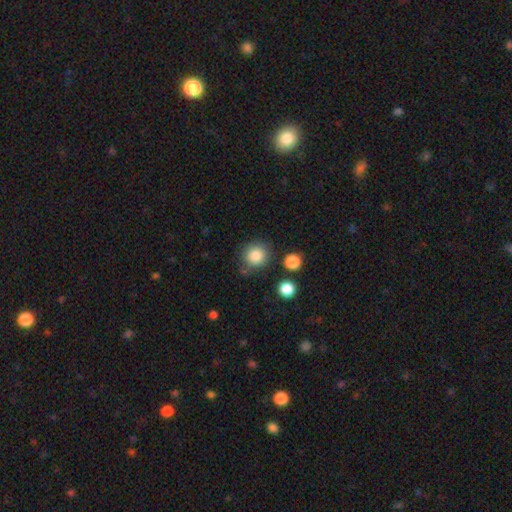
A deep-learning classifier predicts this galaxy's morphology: This appears to be a smooth galaxy with no disk features (84%) that is round (88%). Merging: none (79%).